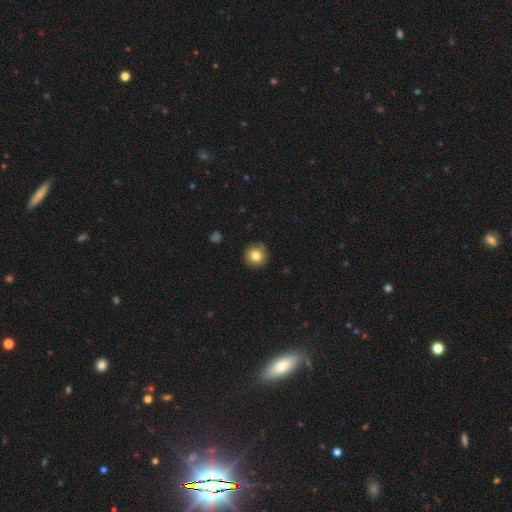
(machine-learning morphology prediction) Q: Smooth or featured?
A: smooth (82%); runner-up: star or artifact (10%)
Q: How rounded?
A: round (94%); runner-up: in between (5%)
Q: Merging?
A: none (85%); runner-up: minor disturbance (12%)